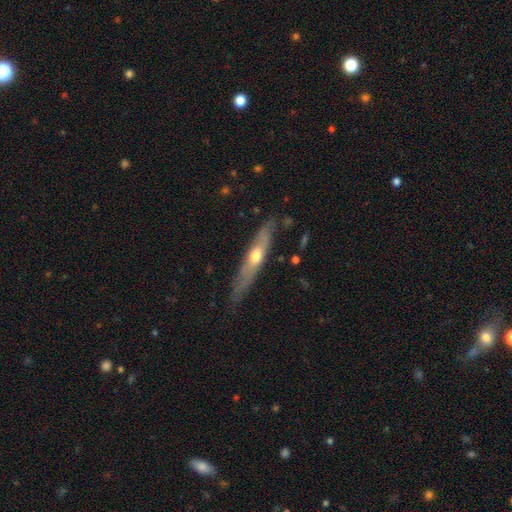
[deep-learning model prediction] Smooth or featured? Predicted: featured or disk (p=0.55). Edge-on disk? Predicted: yes (p=0.74). Merging? Predicted: none (p=0.74).